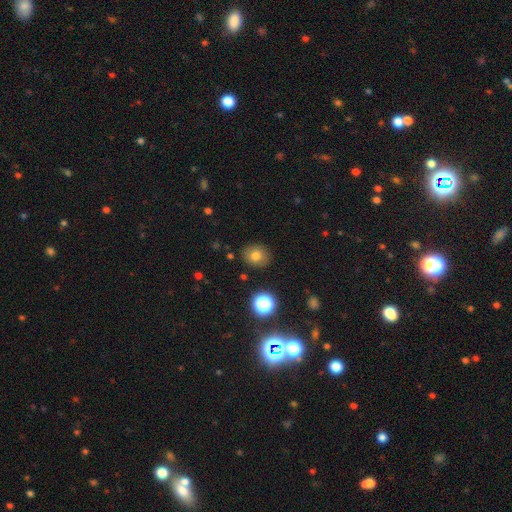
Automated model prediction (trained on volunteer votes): Smooth or featured? Predicted: smooth (p=0.76). How rounded? Predicted: round (p=0.70). Merging? Predicted: none (p=0.87).